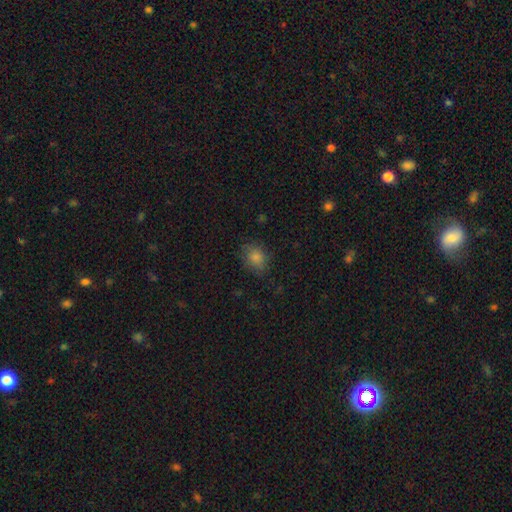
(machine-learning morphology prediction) type=smooth (80%); roundness=round (57%); merging=none (80%).